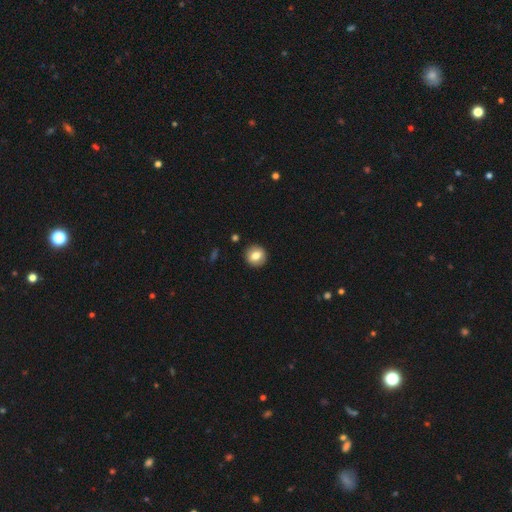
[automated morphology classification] Smooth or featured?
  - smooth: 77% *
  - featured or disk: 14%
  - star or artifact: 9%
How rounded?
  - round: 89% *
  - in between: 10%
  - cigar-shaped: 1%
Merging?
  - none: 91% *
  - minor disturbance: 6%
  - major disturbance: 2%
  - merger: 1%